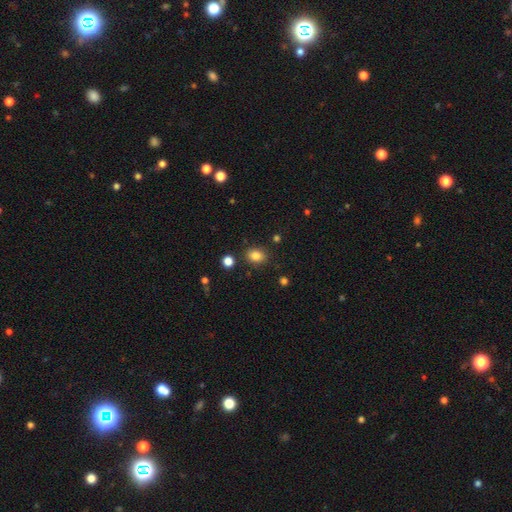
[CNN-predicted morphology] Overall: smooth (83%). How rounded: in between (60%; round 38%). Merging: none (84%).